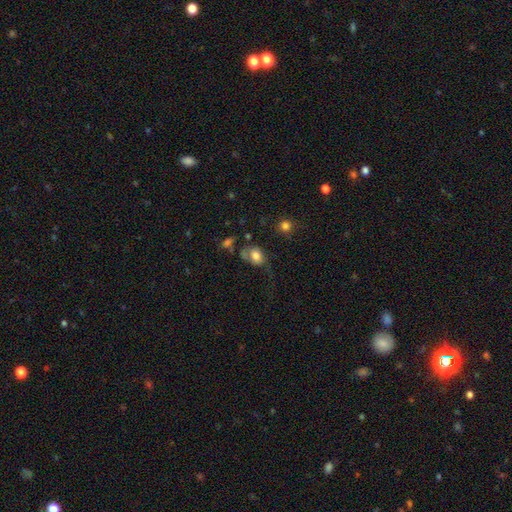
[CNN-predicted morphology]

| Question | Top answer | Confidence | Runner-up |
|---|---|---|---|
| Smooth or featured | smooth | 73% | featured or disk (18%) |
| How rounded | in between | 69% | round (30%) |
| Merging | none | 33% | major disturbance (30%) |